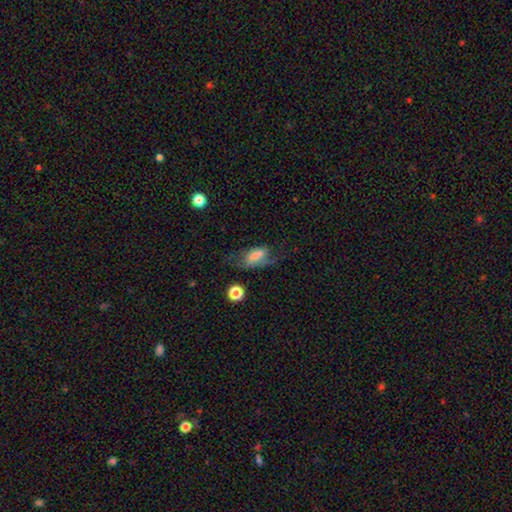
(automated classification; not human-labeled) Smooth or featured?
  - smooth: 53% *
  - featured or disk: 37%
  - star or artifact: 10%
How rounded?
  - in between: 88% *
  - round: 8%
  - cigar-shaped: 5%
Merging?
  - none: 41% *
  - major disturbance: 30%
  - minor disturbance: 25%
  - merger: 4%